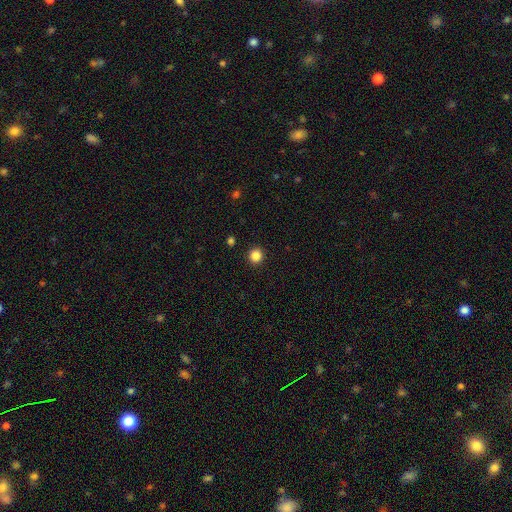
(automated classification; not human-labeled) A smooth galaxy with no disk features (86%) that is round (94%). Merging: none (93%).